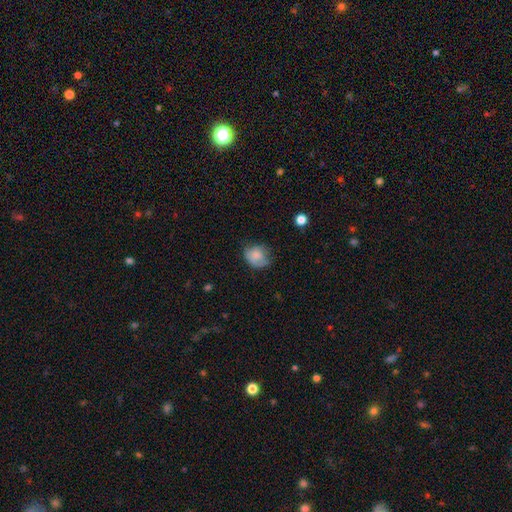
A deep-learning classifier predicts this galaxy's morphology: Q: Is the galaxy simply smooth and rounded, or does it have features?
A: smooth — 77%.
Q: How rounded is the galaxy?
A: round — 58%.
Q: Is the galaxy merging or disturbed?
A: none — 48%.